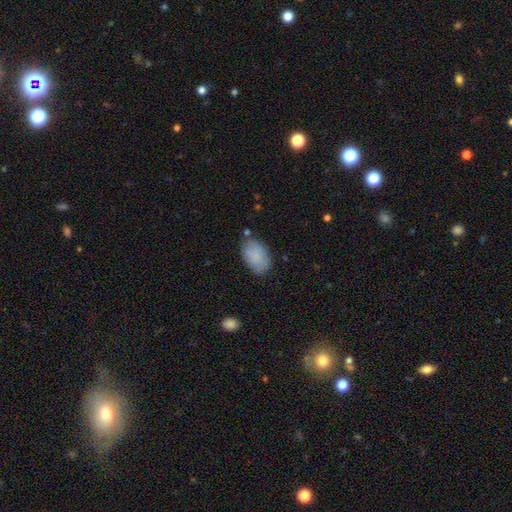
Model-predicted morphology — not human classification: smooth-or-featured: smooth: 87% | featured or disk: 7% | star or artifact: 6%
  how-rounded: in between: 91% | round: 8% | cigar-shaped: 1%
  merging: none: 76% | minor disturbance: 16% | major disturbance: 4% | merger: 3%